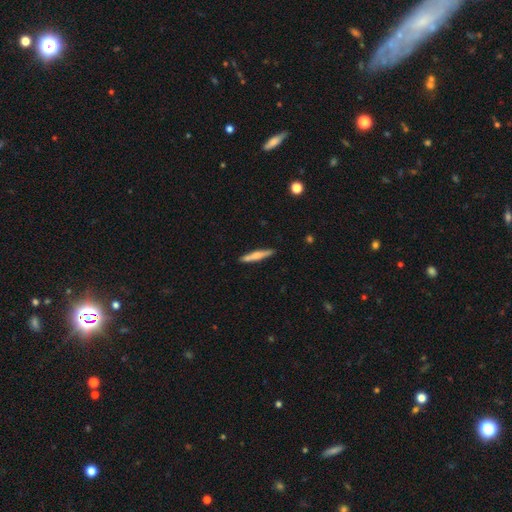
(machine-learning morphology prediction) Overall: smooth (53%; featured or disk 42%). How rounded: cigar-shaped (93%). Merging: none (89%).